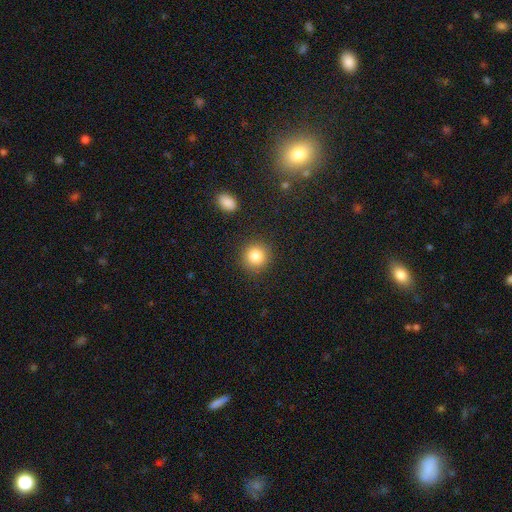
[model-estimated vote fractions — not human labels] Smooth or featured: smooth — 84% (star or artifact — 10%)
How rounded: round — 92% (in between — 8%)
Merging: none — 89% (minor disturbance — 7%)